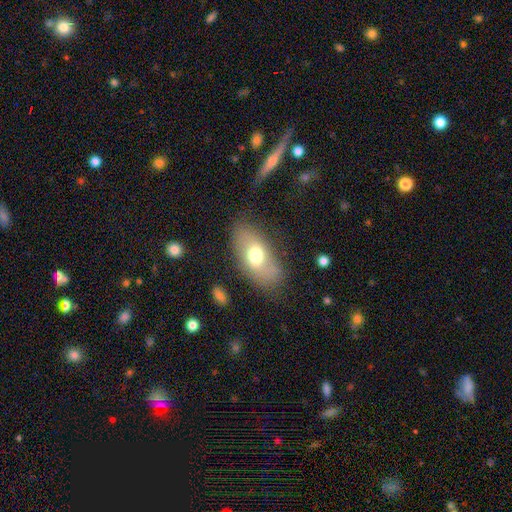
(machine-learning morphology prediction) smooth_or_featured: smooth (p=0.62) [alt: featured or disk p=0.30]
how_rounded: in between (p=0.90) [alt: round p=0.06]
merging: none (p=0.75) [alt: minor disturbance p=0.16]